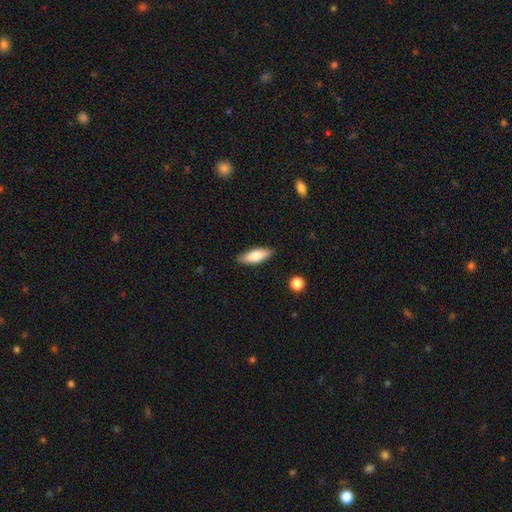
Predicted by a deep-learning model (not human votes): The model was most divided on "how rounded": in between: 67%, cigar-shaped: 31%, round: 2%. More confident: merging — none (86%); smooth or featured — smooth (74%).